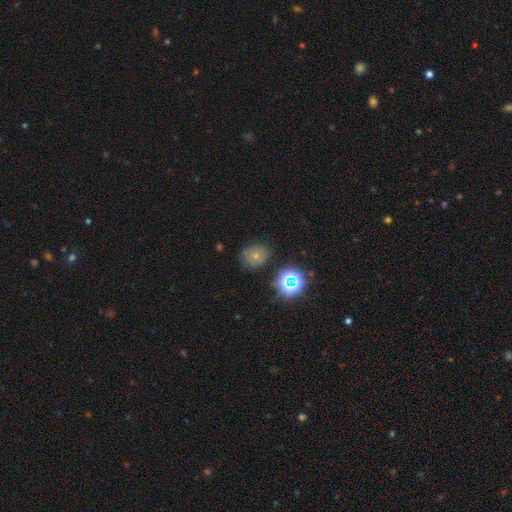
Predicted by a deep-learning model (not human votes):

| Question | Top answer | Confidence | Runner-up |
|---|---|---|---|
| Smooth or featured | smooth | 61% | star or artifact (24%) |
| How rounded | round | 66% | in between (33%) |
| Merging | none | 76% | minor disturbance (16%) |